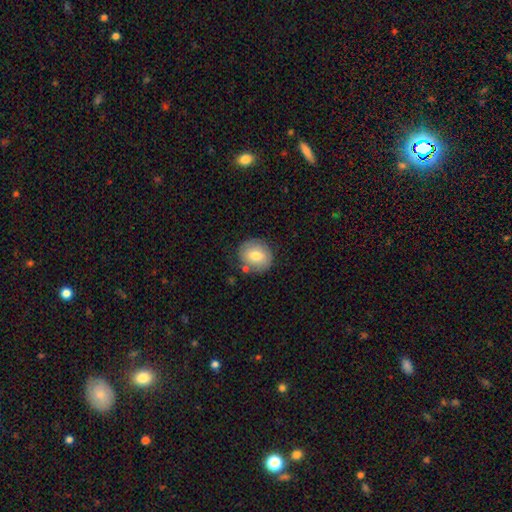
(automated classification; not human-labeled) Overall: smooth (70%). How rounded: round (75%). Merging: none (75%).